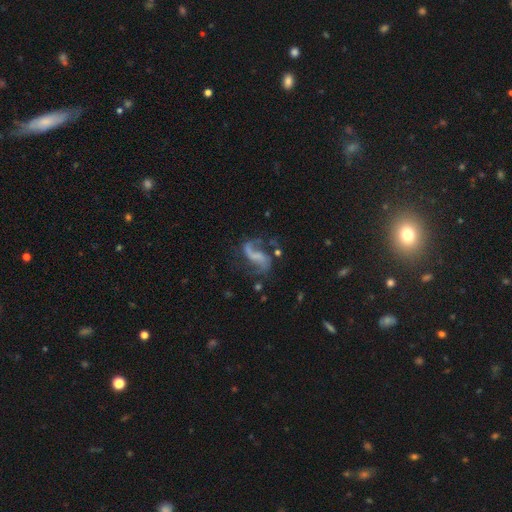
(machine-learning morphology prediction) featured or disk 81%, smooth 10%, star or artifact 9%. Down the decision tree: edge-on disk — no (97%); bar — no (40%); spiral arms — yes (92%); spiral arm count — 2 (84%); spiral winding — loose (74%); bulge size — none (60%); merging — none (54%).